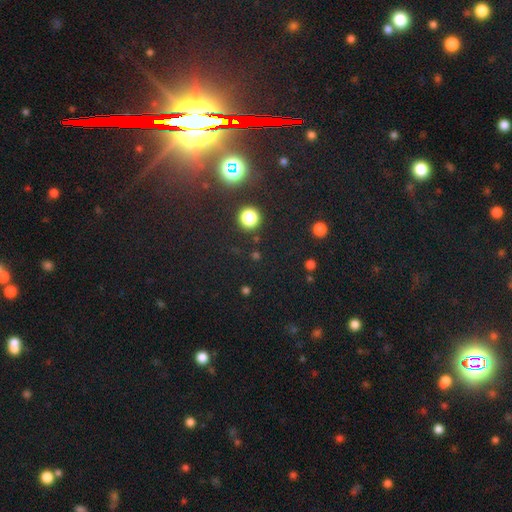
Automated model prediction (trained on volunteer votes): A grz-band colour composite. It shows a star or artifact, not a galaxy (57%).